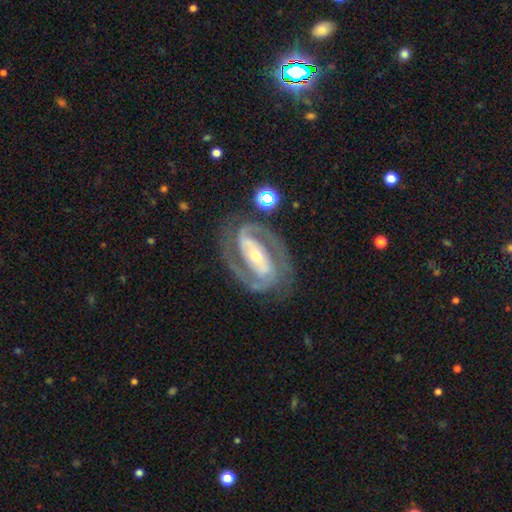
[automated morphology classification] This appears to be a featured or disk galaxy (91%) with a strong bar (57%), 2 (91%) medium (46%, tied with tight) spiral arms (97%) and a moderate central bulge (52%). Merging: none (80%).